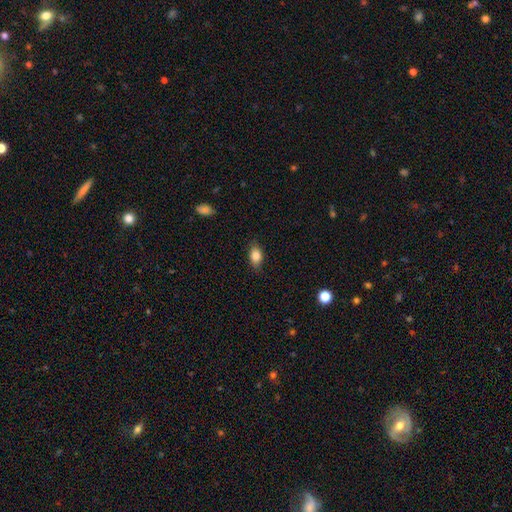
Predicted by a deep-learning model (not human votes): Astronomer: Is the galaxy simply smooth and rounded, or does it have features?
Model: smooth — 84%.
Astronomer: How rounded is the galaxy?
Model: in between — 84%.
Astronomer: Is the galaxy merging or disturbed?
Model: none — 85%.